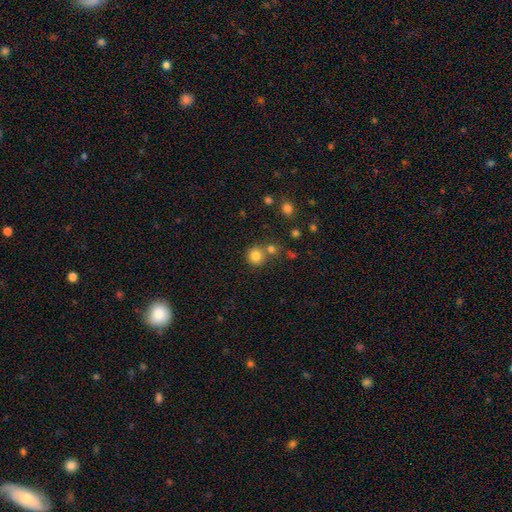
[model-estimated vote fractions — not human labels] Smooth or featured? smooth (81%)
How rounded? round (90%)
Merging? none (65%)